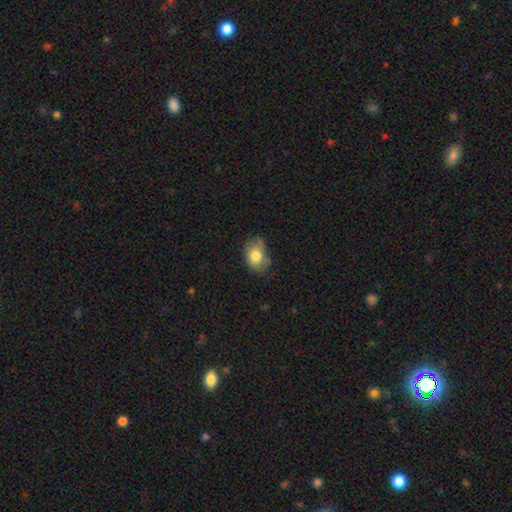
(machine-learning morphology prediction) smooth-or-featured: smooth: 77% | featured or disk: 16% | star or artifact: 8%
  how-rounded: in between: 74% | round: 25% | cigar-shaped: 1%
  merging: none: 56% | minor disturbance: 33% | major disturbance: 10% | merger: 2%